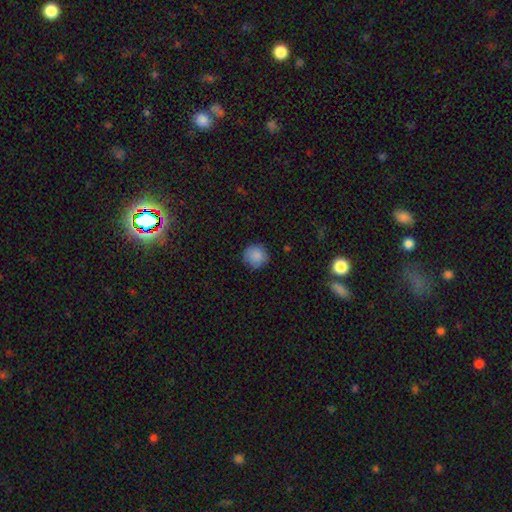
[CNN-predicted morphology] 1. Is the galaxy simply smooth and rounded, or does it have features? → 87% smooth, 9% star or artifact, 5% featured or disk.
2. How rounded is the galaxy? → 94% round, 5% in between, 1% cigar-shaped.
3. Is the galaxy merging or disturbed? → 85% none, 11% minor disturbance, 2% major disturbance, 1% merger.